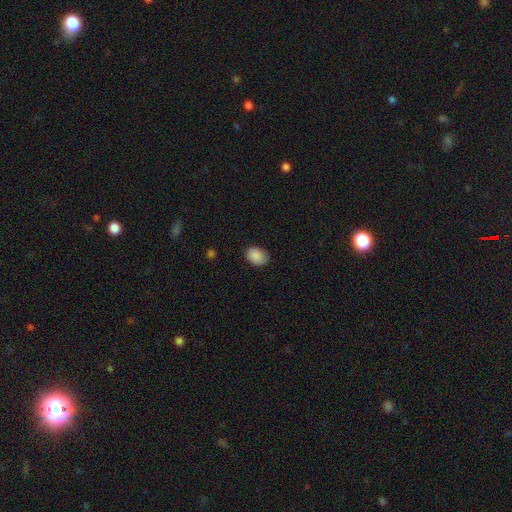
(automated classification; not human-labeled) Q: Smooth or featured?
A: smooth (89%); runner-up: star or artifact (8%)
Q: How rounded?
A: in between (70%); runner-up: round (29%)
Q: Merging?
A: none (83%); runner-up: minor disturbance (13%)